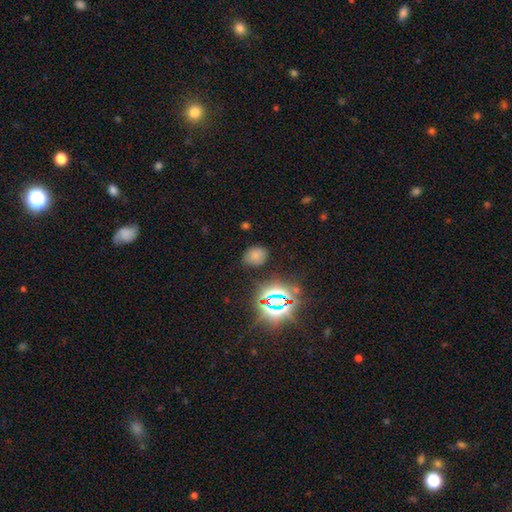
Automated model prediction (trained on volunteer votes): smooth 67%, star or artifact 25%, featured or disk 8%. Down the decision tree: how rounded — in between (50%); merging — none (79%).